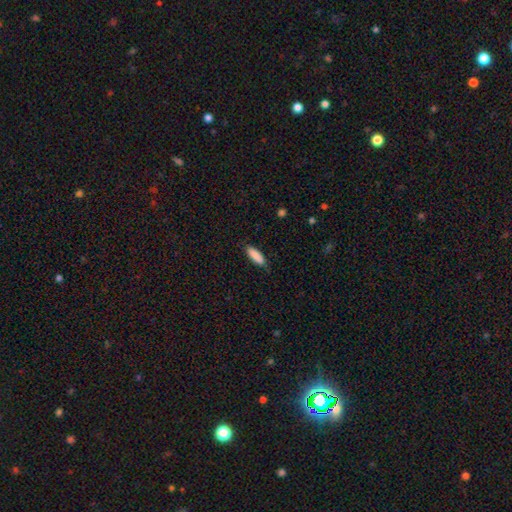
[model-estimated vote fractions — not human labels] A smooth galaxy with no disk features (88%) that is in between round and cigar-shaped (50%). Merging: none (82%).